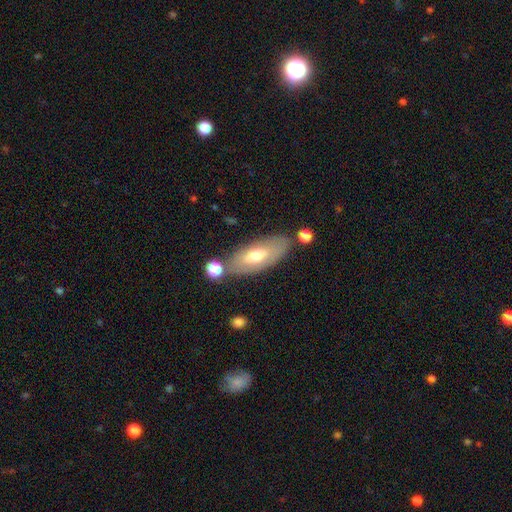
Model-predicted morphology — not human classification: Overall: smooth (56%; featured or disk 37%). How rounded: in between (79%). Merging: none (70%).